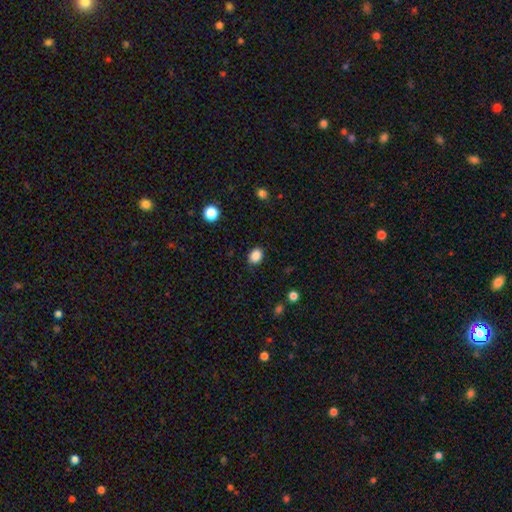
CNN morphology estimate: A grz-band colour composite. It shows a smooth galaxy with no disk features (87%) that is in between round and cigar-shaped (52%). Merging: none (86%).